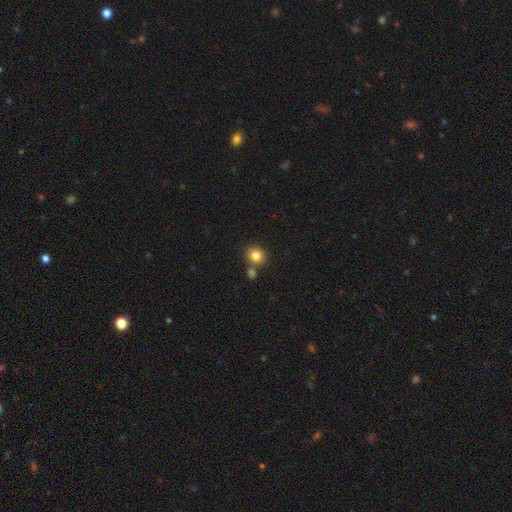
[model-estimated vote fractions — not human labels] A smooth galaxy with no disk features (83%) that is round (75%).

Vote fractions:
- Smooth or featured? smooth: 83% / star or artifact: 11% / featured or disk: 6%
- How rounded? round: 75% / in between: 25% / cigar-shaped: 1%
- Merging? none: 69% / merger: 19% / minor disturbance: 9% / major disturbance: 2%